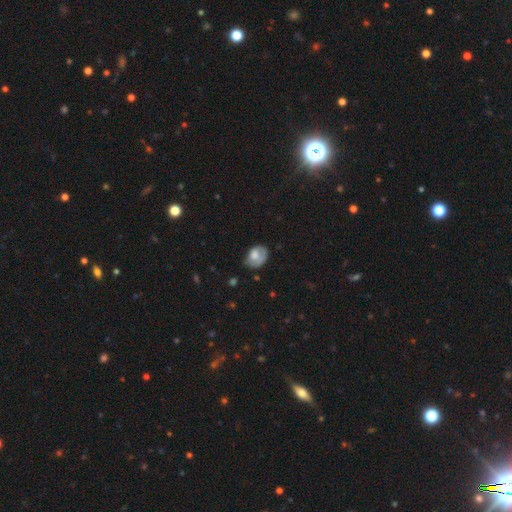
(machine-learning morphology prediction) type=smooth (65%); roundness=in between (67%); merging=none (42%).